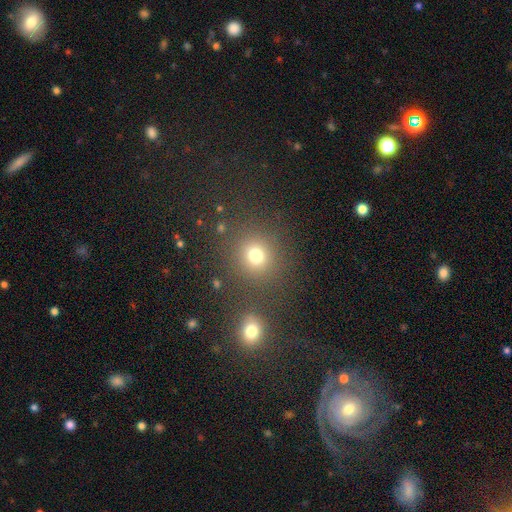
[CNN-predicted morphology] The model was most divided on "smooth or featured": smooth: 75%, star or artifact: 18%, featured or disk: 7%. More confident: how rounded — round (88%); merging — none (81%).